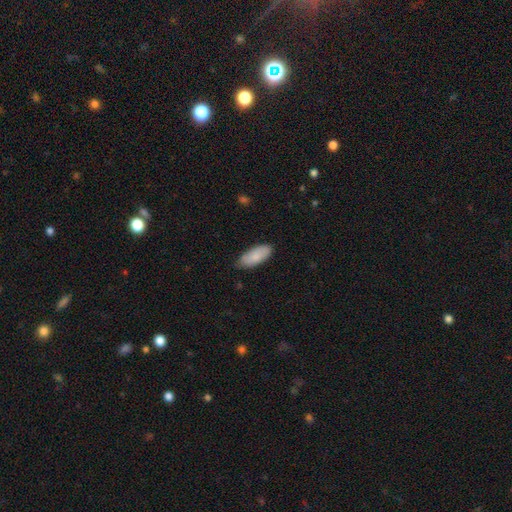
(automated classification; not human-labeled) smooth 85%, featured or disk 9%, star or artifact 6%. Down the decision tree: how rounded — in between (84%); merging — none (80%).